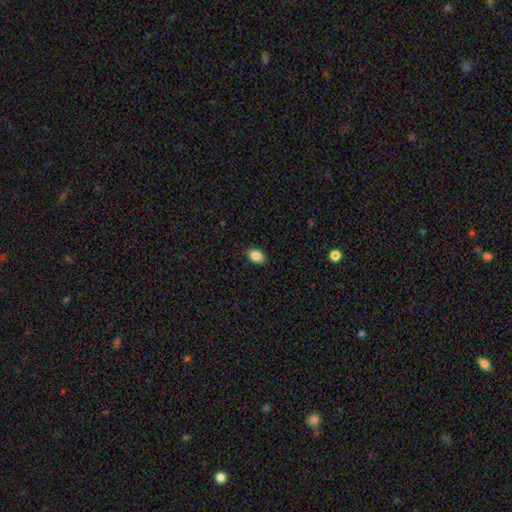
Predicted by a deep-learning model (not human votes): This appears to be a smooth galaxy with no disk features (86%) that is in between round and cigar-shaped (82%). Merging: none (87%).